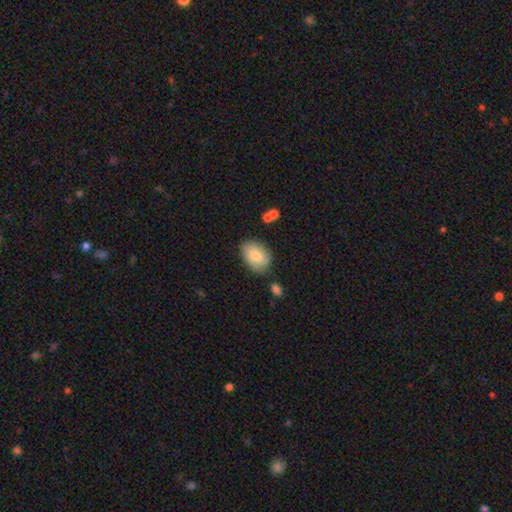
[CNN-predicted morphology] Smooth or featured? Predicted: smooth (p=0.70). How rounded? Predicted: in between (p=0.80). Merging? Predicted: none (p=0.67).